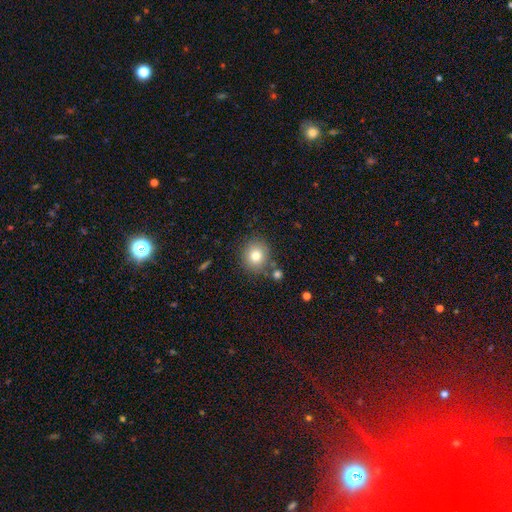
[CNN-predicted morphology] type=smooth (78%); roundness=round (84%); merging=none (78%).